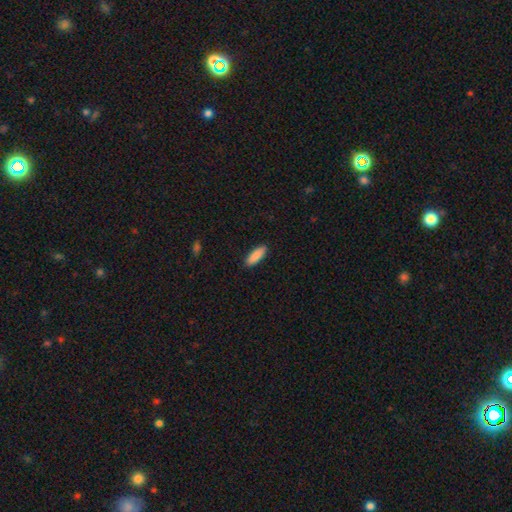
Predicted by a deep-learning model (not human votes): This appears to be a smooth galaxy with no disk features (89%) that is in between round and cigar-shaped (56%). Merging: none (90%).